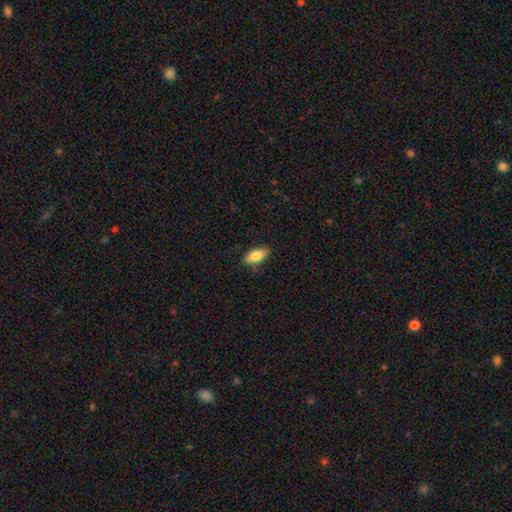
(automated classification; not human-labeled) Smooth or featured?
  - smooth: 80% *
  - featured or disk: 13%
  - star or artifact: 7%
How rounded?
  - in between: 86% *
  - cigar-shaped: 12%
  - round: 3%
Merging?
  - none: 82% *
  - minor disturbance: 14%
  - major disturbance: 2%
  - merger: 1%